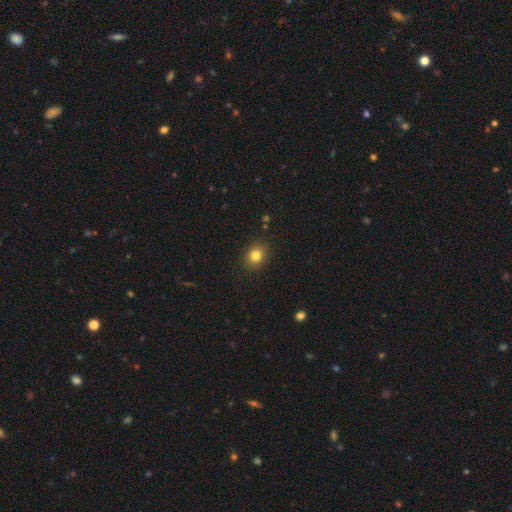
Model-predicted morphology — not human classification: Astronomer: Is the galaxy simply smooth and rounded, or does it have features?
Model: smooth — 81%.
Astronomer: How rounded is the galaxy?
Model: round — 66%.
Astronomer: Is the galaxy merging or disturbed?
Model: none — 89%.